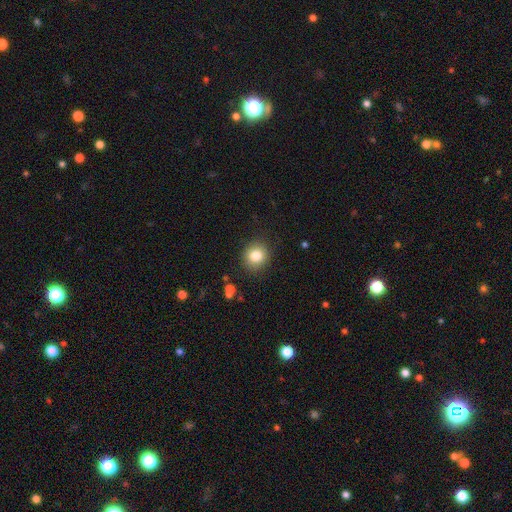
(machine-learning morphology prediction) This appears to be a smooth galaxy with no disk features (81%) that is round (83%). Merging: none (88%).